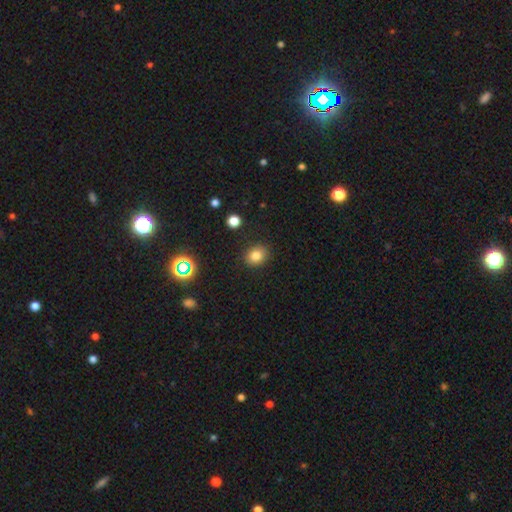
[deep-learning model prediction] This appears to be a smooth galaxy with no disk features (80%) that is round (57%). Merging: none (86%).